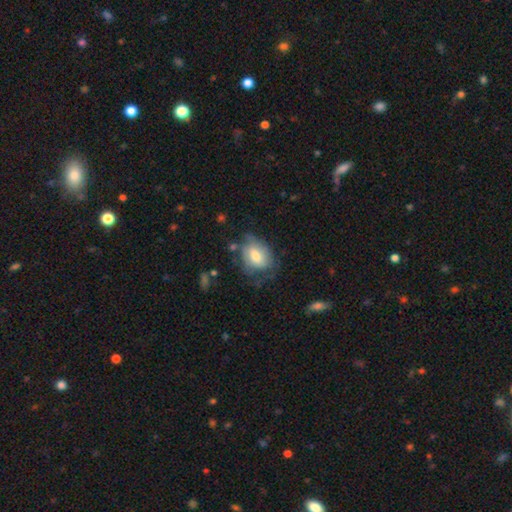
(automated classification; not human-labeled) Smooth or featured? smooth (59%)
How rounded? in between (75%)
Merging? none (49%)